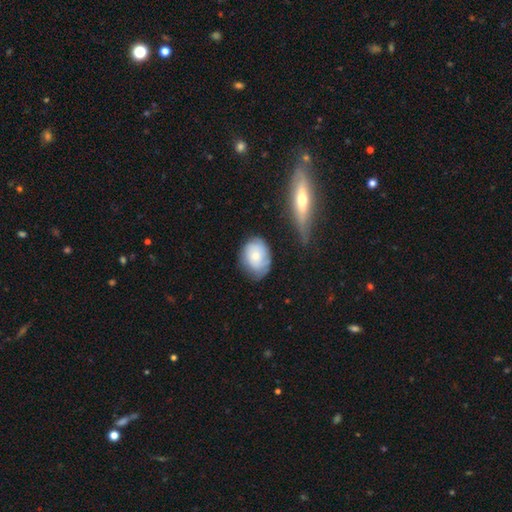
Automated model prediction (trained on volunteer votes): Q: Smooth or featured?
A: smooth (57%); runner-up: featured or disk (36%)
Q: How rounded?
A: in between (55%); runner-up: round (43%)
Q: Merging?
A: none (62%); runner-up: minor disturbance (26%)